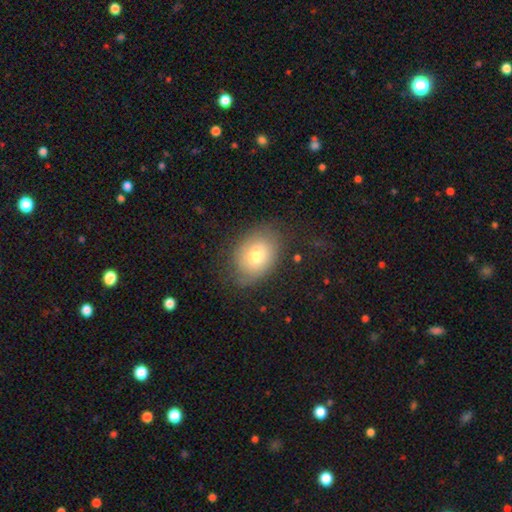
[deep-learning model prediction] A smooth galaxy with no disk features (69%) that is in between round and cigar-shaped (70%). Merging: none (71%).